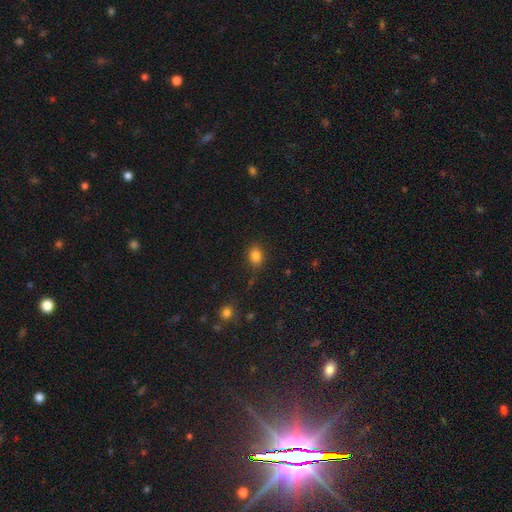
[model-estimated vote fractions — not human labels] Smooth or featured? smooth (83%)
How rounded? in between (61%)
Merging? none (80%)